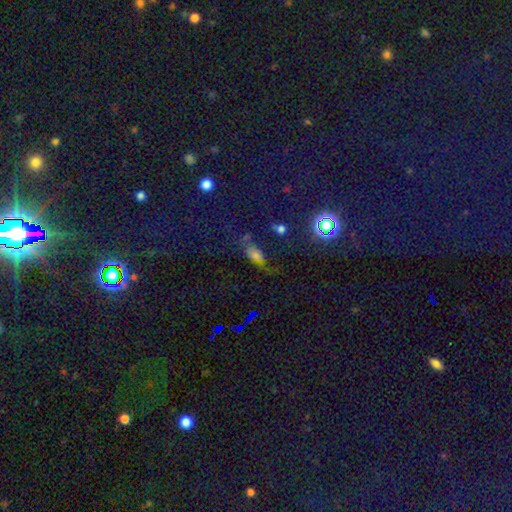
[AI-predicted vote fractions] Q: Smooth or featured?
A: smooth (48%); runner-up: star or artifact (32%)
Q: Merging?
A: none (50%); runner-up: minor disturbance (24%)